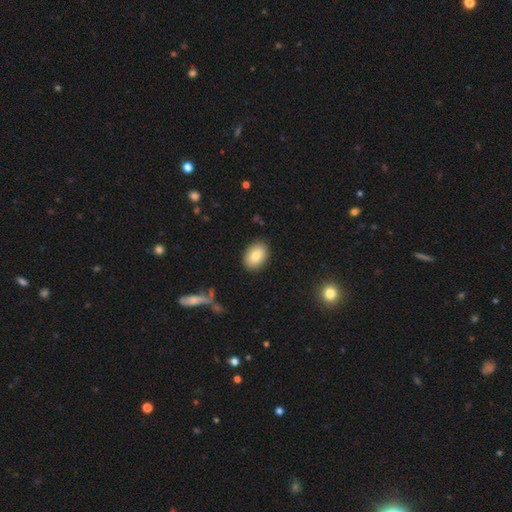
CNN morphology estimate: This appears to be a smooth galaxy with no disk features (80%) that is in between round and cigar-shaped (79%). Merging: none (88%).